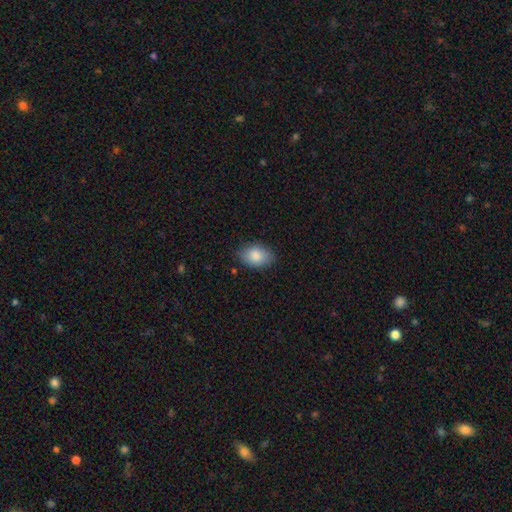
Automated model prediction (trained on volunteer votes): This appears to be a smooth galaxy with no disk features (86%) that is in between round and cigar-shaped (84%). Merging: none (82%).